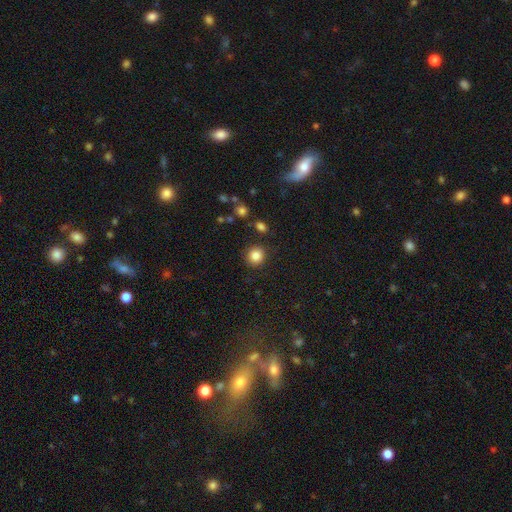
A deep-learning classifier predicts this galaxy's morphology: Overall: smooth (84%). How rounded: round (90%). Merging: none (89%).